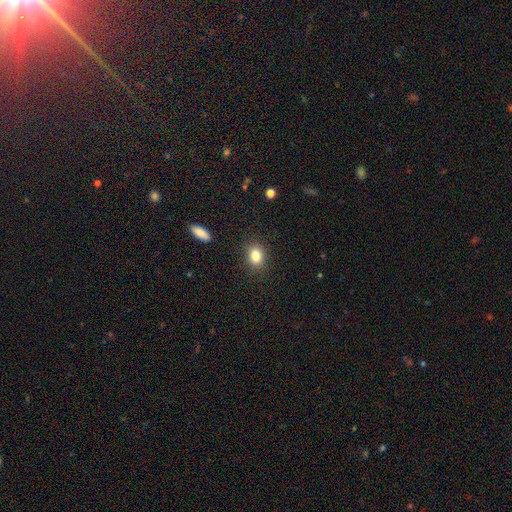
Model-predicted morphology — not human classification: Q: Smooth or featured?
A: smooth (84%); runner-up: star or artifact (10%)
Q: How rounded?
A: in between (59%); runner-up: round (39%)
Q: Merging?
A: none (88%); runner-up: minor disturbance (8%)